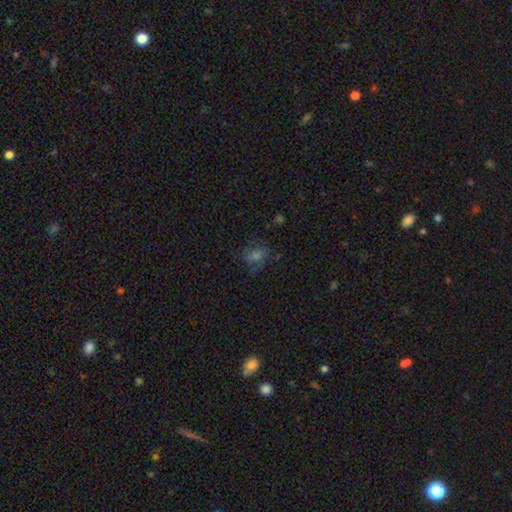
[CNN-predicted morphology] Q: Smooth or featured?
A: smooth (52%); runner-up: star or artifact (29%)
Q: How rounded?
A: round (65%); runner-up: in between (34%)
Q: Merging?
A: none (72%); runner-up: minor disturbance (18%)